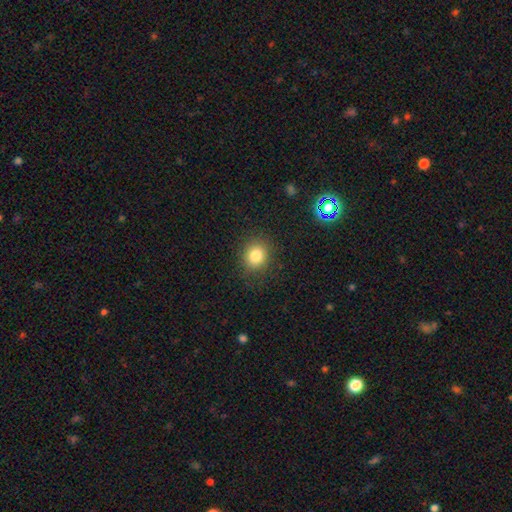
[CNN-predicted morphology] Smooth or featured: smooth — 82% (star or artifact — 11%)
How rounded: round — 74% (in between — 26%)
Merging: none — 88% (minor disturbance — 8%)